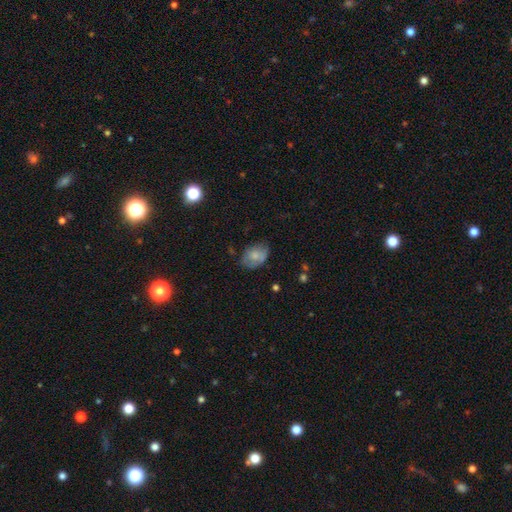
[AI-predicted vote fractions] Smooth or featured: smooth — 71% (featured or disk — 20%)
How rounded: in between — 79% (round — 20%)
Merging: none — 62% (minor disturbance — 27%)